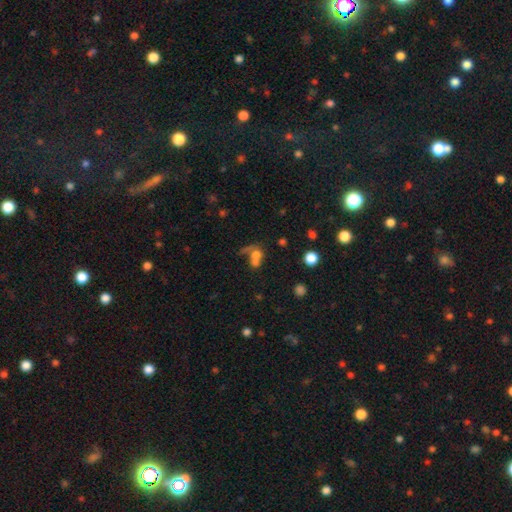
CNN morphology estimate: A smooth galaxy with no disk features (65%) that is round (54%). Merging: merger (53%).